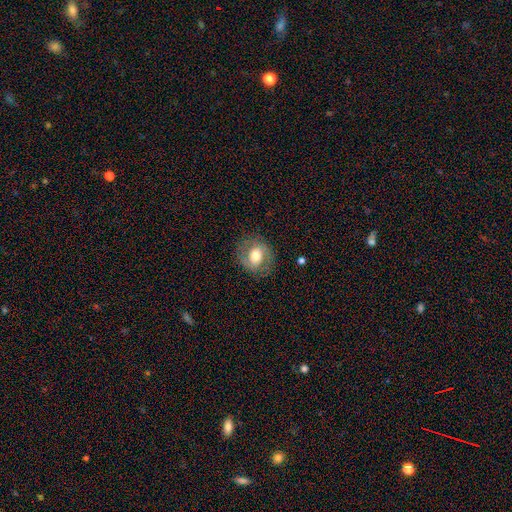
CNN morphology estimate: Smooth or featured?
  - smooth: 48% *
  - featured or disk: 44%
  - star or artifact: 8%
Merging?
  - none: 78% *
  - minor disturbance: 14%
  - major disturbance: 7%
  - merger: 1%